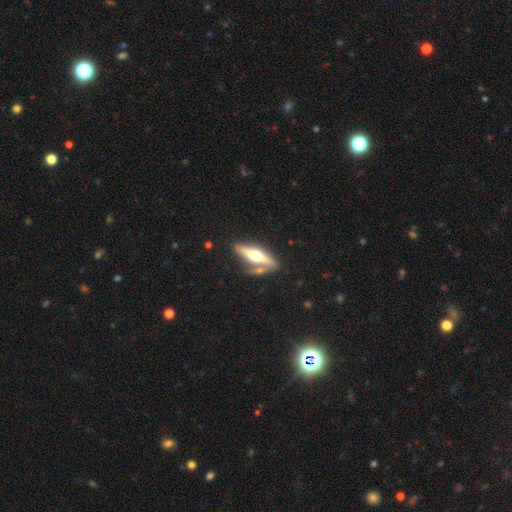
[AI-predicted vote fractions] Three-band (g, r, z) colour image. It shows a featured or disk galaxy (67%) viewed edge-on (92%) with a rounded central bulge (95%). Merging: none (68%).